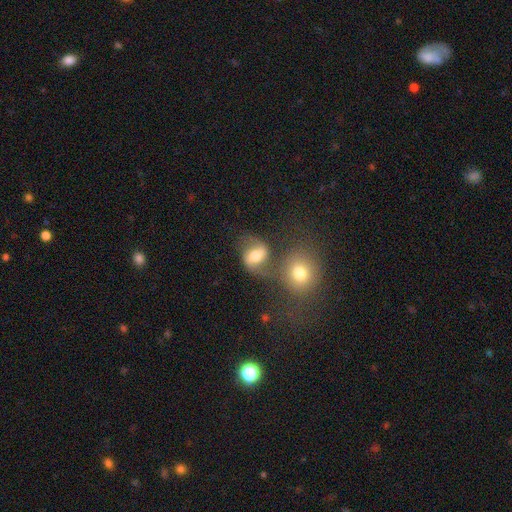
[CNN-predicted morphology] Overall: featured or disk (52%; smooth 36%). Edge-on disk: no (96%). Bar: weak (44%; no 30%). Spiral arms: yes (82%). Bulge size: moderate (64%). Merging: none (52%; merger 24%).